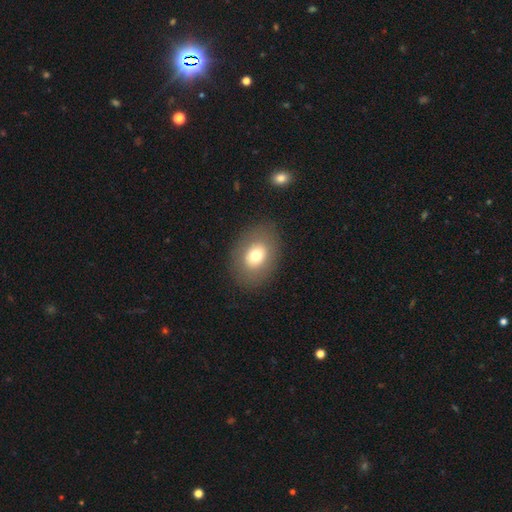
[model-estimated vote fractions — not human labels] Q: Smooth or featured?
A: smooth (70%); runner-up: featured or disk (21%)
Q: How rounded?
A: in between (68%); runner-up: round (31%)
Q: Merging?
A: none (85%); runner-up: minor disturbance (9%)